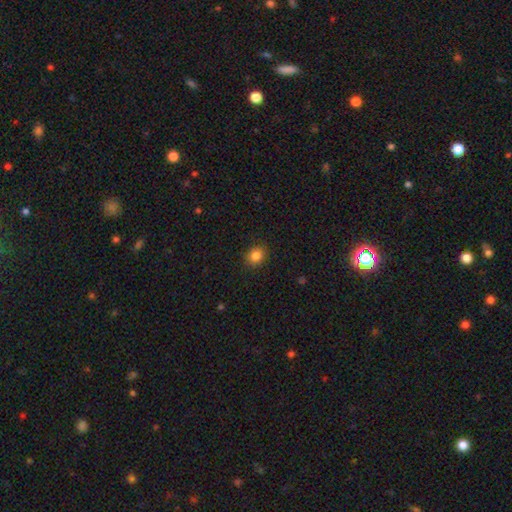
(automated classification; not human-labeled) Overall: smooth (85%). How rounded: round (66%; in between 33%). Merging: none (89%).